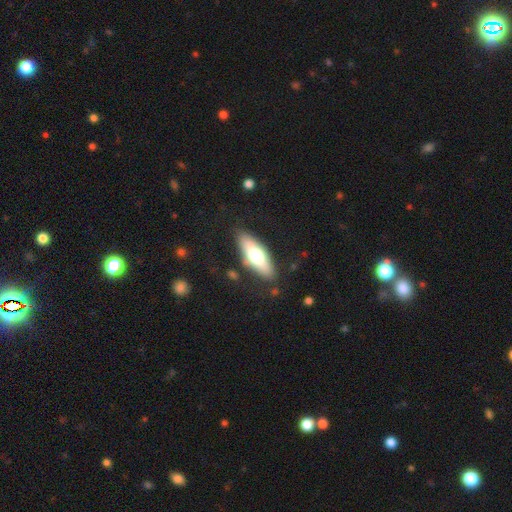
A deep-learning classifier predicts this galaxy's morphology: Overall: smooth (59%; featured or disk 35%). How rounded: in between (62%; cigar-shaped 36%). Merging: none (83%).